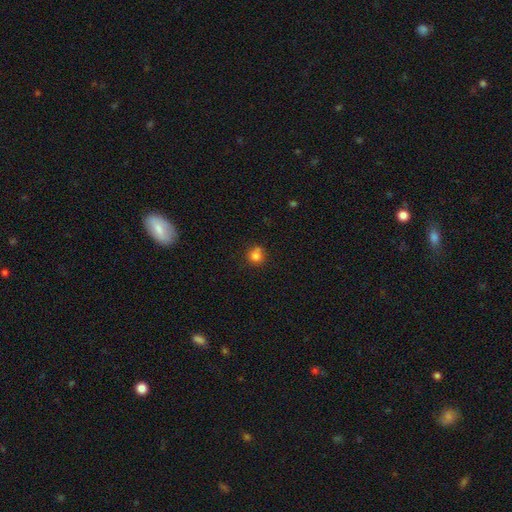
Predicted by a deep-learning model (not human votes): Smooth or featured?
  - smooth: 81% *
  - star or artifact: 12%
  - featured or disk: 7%
How rounded?
  - round: 90% *
  - in between: 9%
  - cigar-shaped: 1%
Merging?
  - none: 72% *
  - minor disturbance: 16%
  - merger: 9%
  - major disturbance: 4%